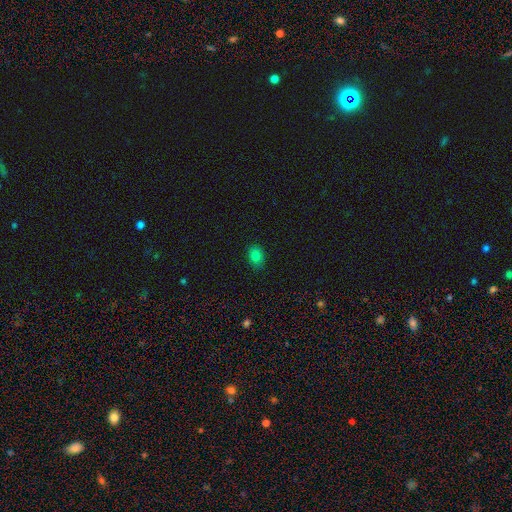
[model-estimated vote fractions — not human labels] smooth-or-featured: smooth: 81% | star or artifact: 14% | featured or disk: 5%
  how-rounded: in between: 71% | round: 28% | cigar-shaped: 1%
  merging: none: 85% | minor disturbance: 11% | major disturbance: 2% | merger: 1%